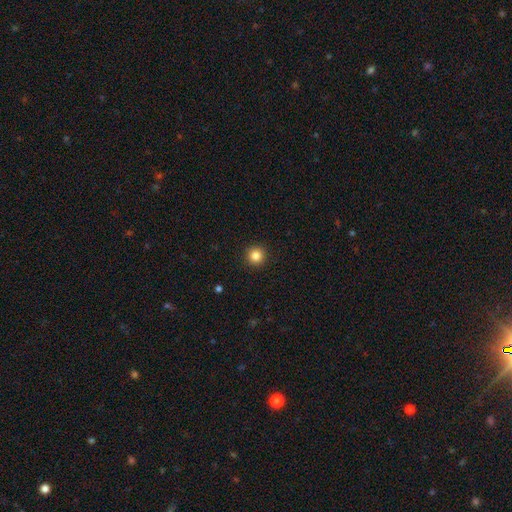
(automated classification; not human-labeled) Smooth or featured? smooth (85%)
How rounded? round (96%)
Merging? none (93%)